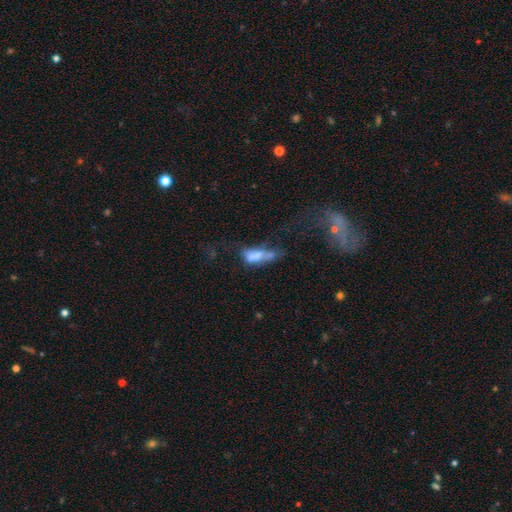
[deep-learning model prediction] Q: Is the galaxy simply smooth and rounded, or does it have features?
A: smooth — 55%.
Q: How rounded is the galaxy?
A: in between — 72%.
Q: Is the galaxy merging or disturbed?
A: major disturbance — 34%.